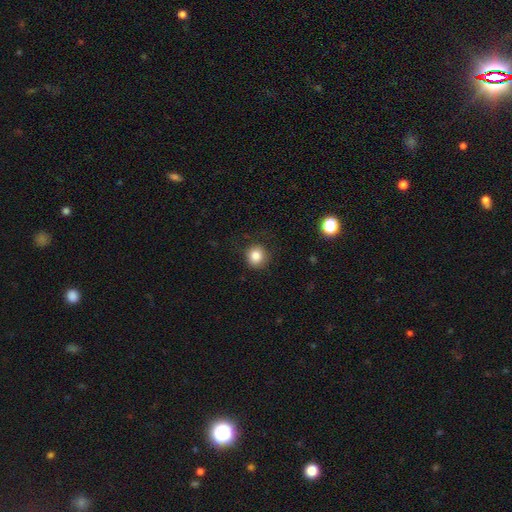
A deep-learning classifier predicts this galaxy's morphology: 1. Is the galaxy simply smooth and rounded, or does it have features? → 85% smooth, 10% star or artifact, 5% featured or disk.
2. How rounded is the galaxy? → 87% round, 12% in between, 1% cigar-shaped.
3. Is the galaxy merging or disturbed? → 84% none, 11% minor disturbance, 4% major disturbance, 1% merger.